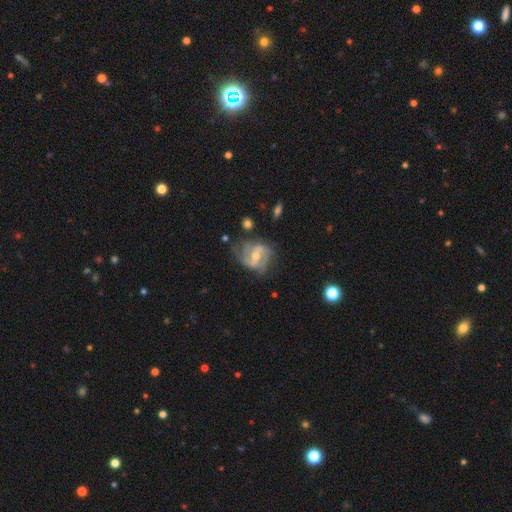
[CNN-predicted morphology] A featured or disk galaxy (86%) with a weak bar (47%), 2 (47%) medium (48%) spiral arms (95%) and a moderate central bulge (61%). Merging: none (62%).